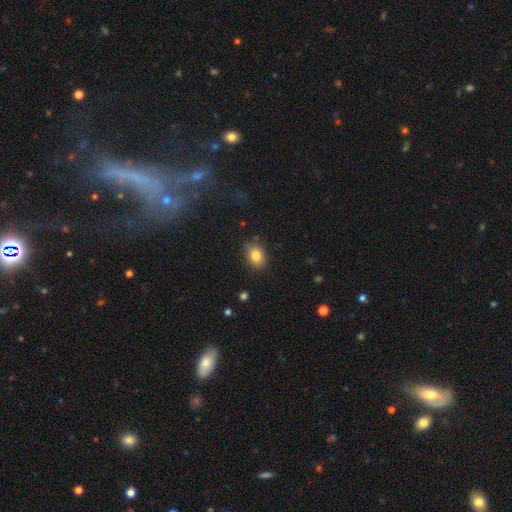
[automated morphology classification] This appears to be a smooth galaxy with no disk features (83%) that is in between round and cigar-shaped (70%). Merging: none (79%).